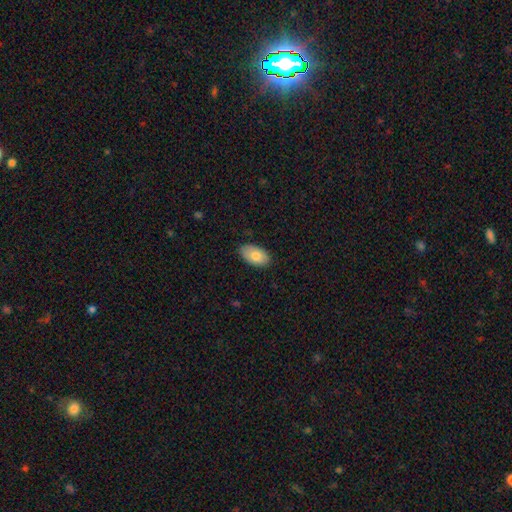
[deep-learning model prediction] A smooth galaxy with no disk features (81%) that is in between round and cigar-shaped (94%).

Vote fractions:
- Smooth or featured? smooth: 81% / featured or disk: 13% / star or artifact: 6%
- How rounded? in between: 94% / round: 4% / cigar-shaped: 2%
- Merging? none: 84% / minor disturbance: 13% / major disturbance: 2% / merger: 1%